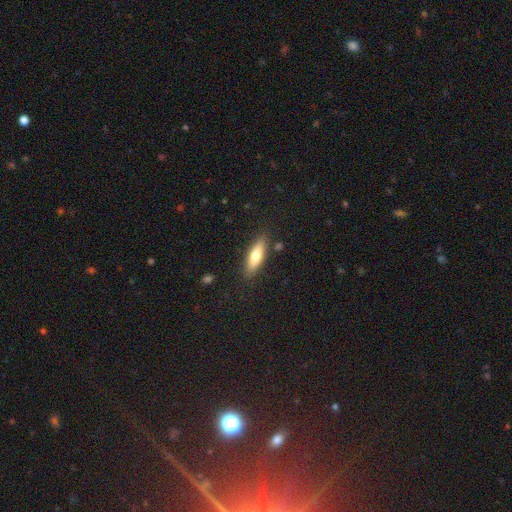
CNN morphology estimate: Smooth or featured: smooth — 66% (featured or disk — 28%)
How rounded: cigar-shaped — 50% (in between — 47%)
Merging: none — 85% (minor disturbance — 10%)